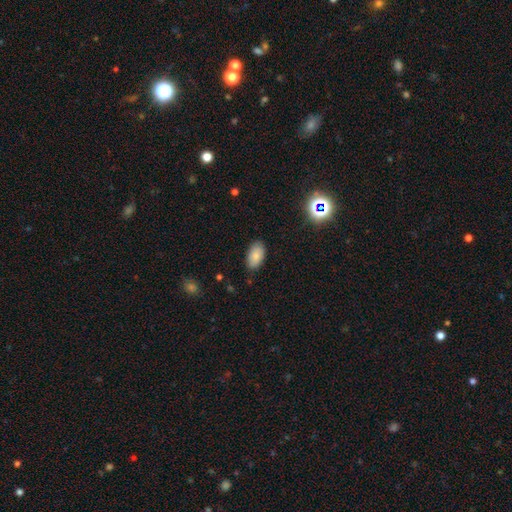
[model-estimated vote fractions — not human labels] Overall: smooth (82%). How rounded: in between (94%). Merging: none (85%).